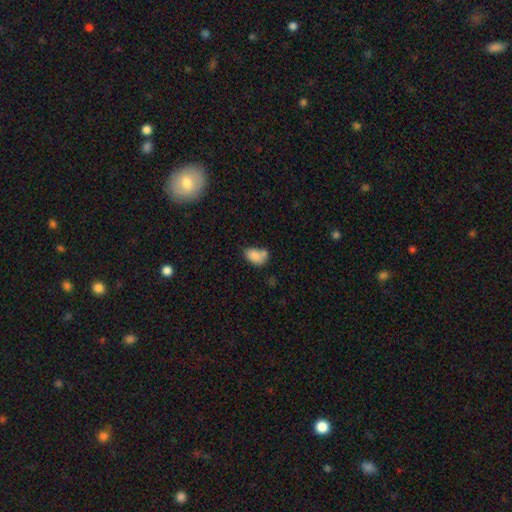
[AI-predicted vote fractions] Overall: smooth (81%). How rounded: in between (86%). Merging: none (37%; merger 35%).